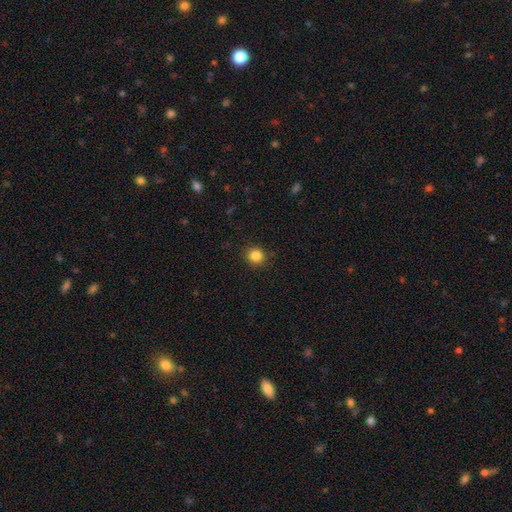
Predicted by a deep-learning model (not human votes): Smooth or featured? smooth (85%)
How rounded? round (91%)
Merging? none (91%)